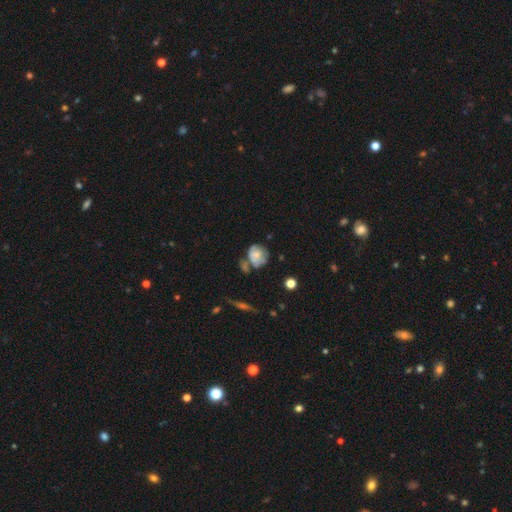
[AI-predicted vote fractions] The model was most divided on "smooth or featured": smooth: 53%, featured or disk: 38%, star or artifact: 9%. Remaining: how rounded — round (73%); merging — none (40%).